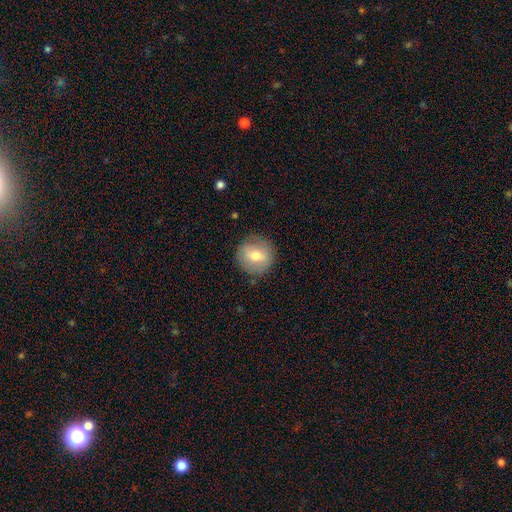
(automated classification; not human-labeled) The model was most divided on "smooth or featured": smooth: 66%, featured or disk: 27%, star or artifact: 8%. More confident: how rounded — round (91%); merging — none (83%).